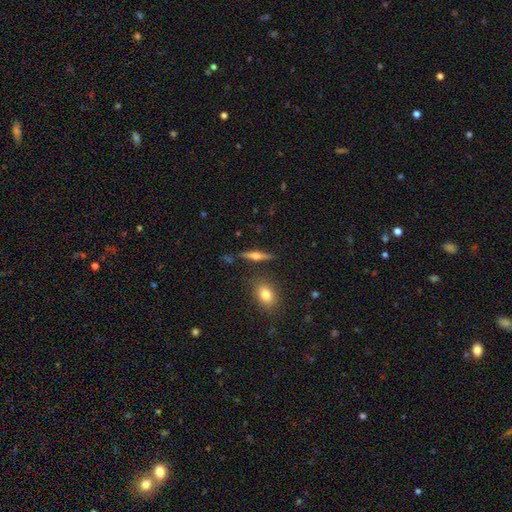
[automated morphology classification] A featured or disk galaxy (60%) viewed edge-on (95%) with a rounded central bulge (92%). Merging: none (83%).